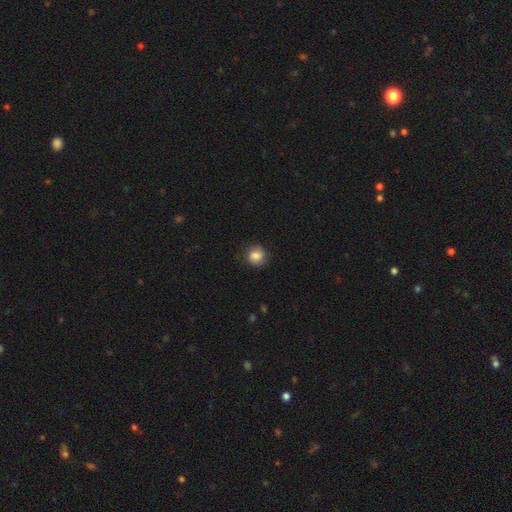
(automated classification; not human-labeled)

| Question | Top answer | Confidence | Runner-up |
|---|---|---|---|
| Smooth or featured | smooth | 80% | featured or disk (11%) |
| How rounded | round | 82% | in between (17%) |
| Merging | none | 82% | minor disturbance (13%) |